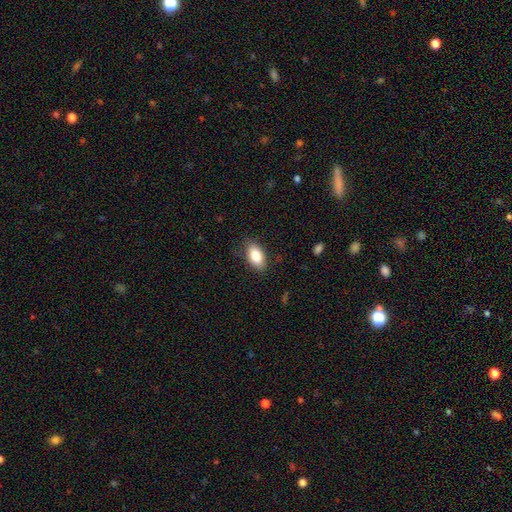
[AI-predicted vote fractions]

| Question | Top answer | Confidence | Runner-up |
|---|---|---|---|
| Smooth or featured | smooth | 83% | featured or disk (10%) |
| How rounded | in between | 91% | round (5%) |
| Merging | none | 83% | minor disturbance (13%) |